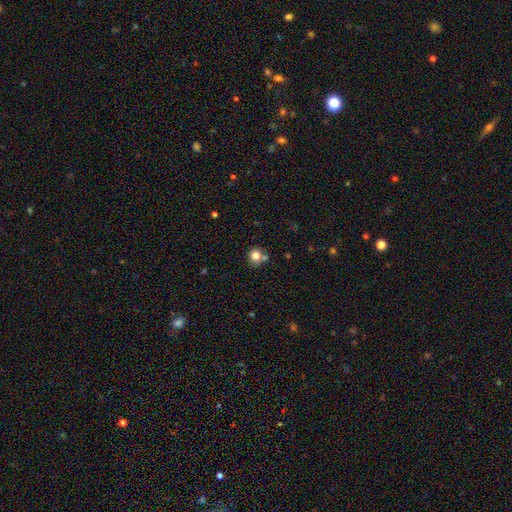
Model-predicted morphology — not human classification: Smooth or featured: smooth — 79% (star or artifact — 12%)
How rounded: round — 90% (in between — 9%)
Merging: none — 66% (merger — 20%)